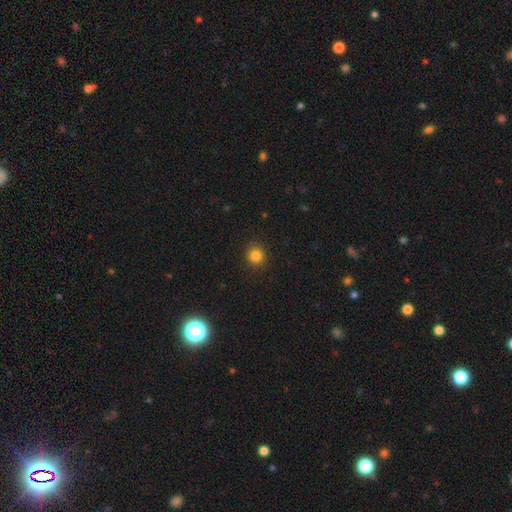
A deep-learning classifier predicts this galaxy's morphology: Q: Smooth or featured?
A: smooth (83%); runner-up: star or artifact (12%)
Q: How rounded?
A: round (88%); runner-up: in between (11%)
Q: Merging?
A: none (91%); runner-up: minor disturbance (6%)